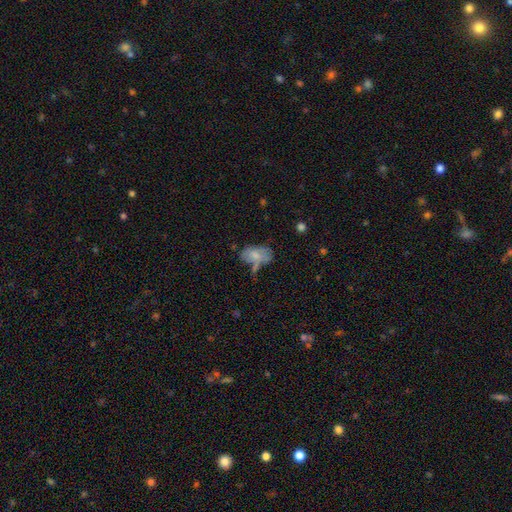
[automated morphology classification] Smooth or featured: smooth — 66% (featured or disk — 24%)
How rounded: in between — 92% (round — 6%)
Merging: none — 38% (minor disturbance — 27%)